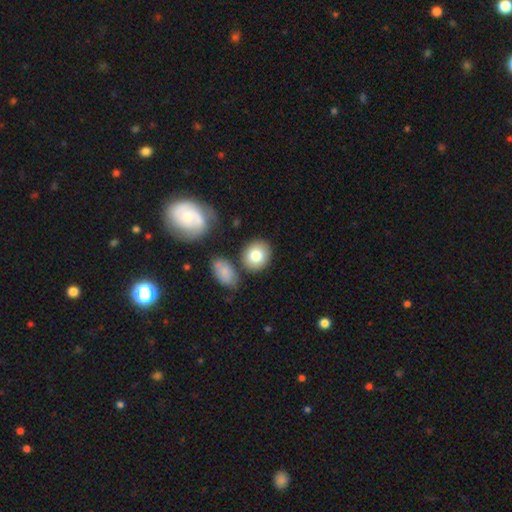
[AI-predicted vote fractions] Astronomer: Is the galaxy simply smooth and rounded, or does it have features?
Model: smooth — 79%.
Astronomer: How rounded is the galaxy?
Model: round — 71%.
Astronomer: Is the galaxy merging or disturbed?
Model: none — 76%.